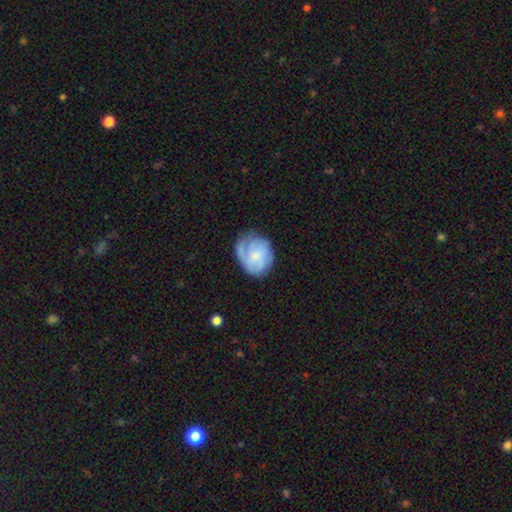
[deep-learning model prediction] smooth_or_featured: featured or disk (p=0.54) [alt: smooth p=0.40]
disk_edge_on: no (p=0.98) [alt: yes p=0.02]
bar: no (p=0.65) [alt: weak p=0.31]
has_spiral_arms: yes (p=0.84) [alt: no p=0.16]
bulge_size: small (p=0.46) [alt: moderate p=0.29]
merging: none (p=0.63) [alt: minor disturbance p=0.24]